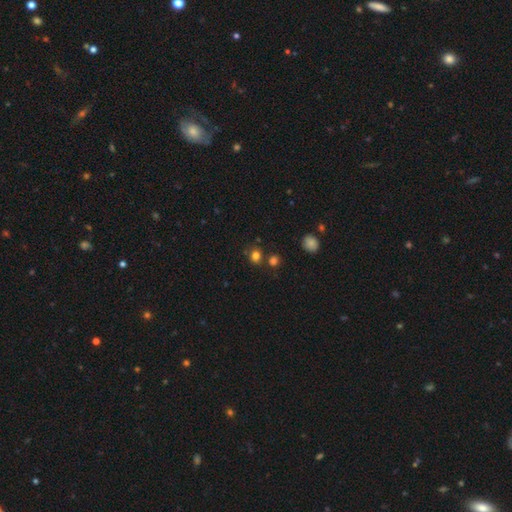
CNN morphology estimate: The model was most divided on "how rounded": round: 78%, in between: 21%, cigar-shaped: 1%. More confident: smooth or featured — smooth (77%); merging — none (75%).